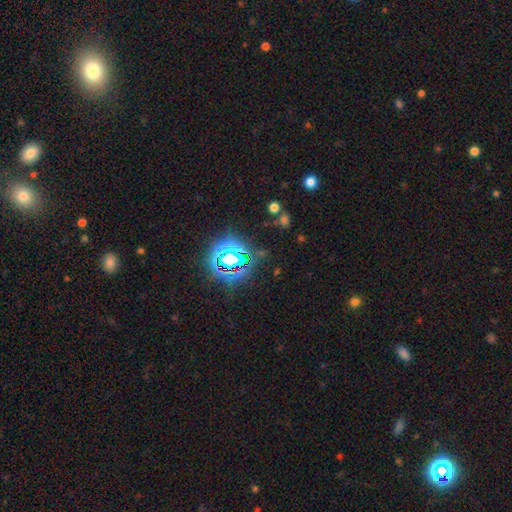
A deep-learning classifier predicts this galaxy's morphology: A star or artifact, not a galaxy (75%).